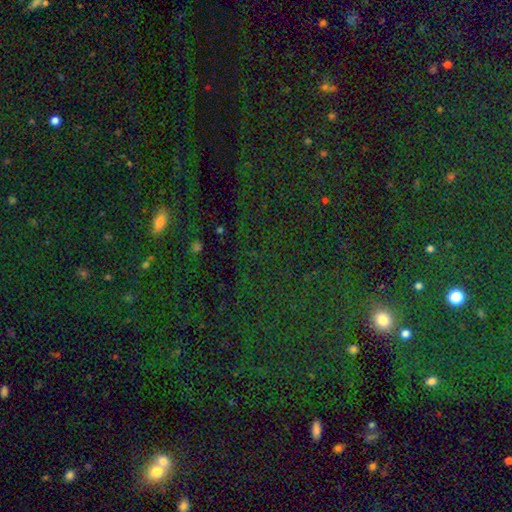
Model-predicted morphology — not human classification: Smooth or featured? star or artifact (77%)